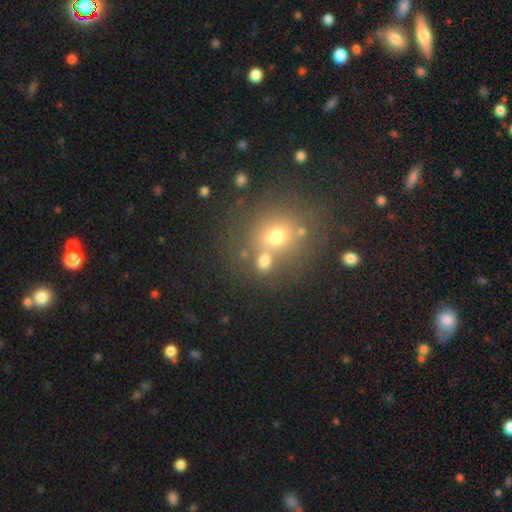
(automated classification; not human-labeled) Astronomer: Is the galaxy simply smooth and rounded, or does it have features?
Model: smooth — 56%.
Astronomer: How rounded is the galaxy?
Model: round — 82%.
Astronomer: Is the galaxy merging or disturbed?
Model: none — 59%.